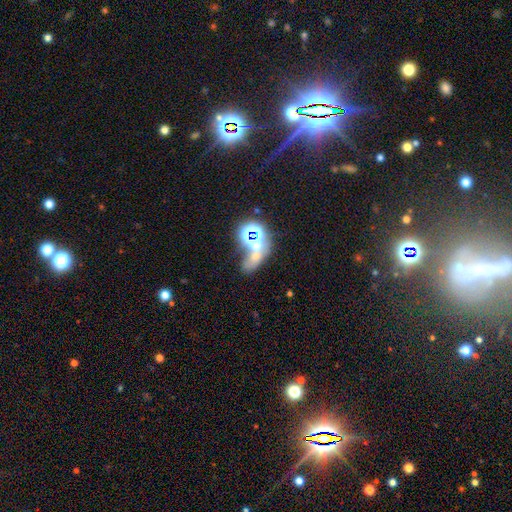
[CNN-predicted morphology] Q: Smooth or featured?
A: star or artifact (43%); runner-up: smooth (34%)